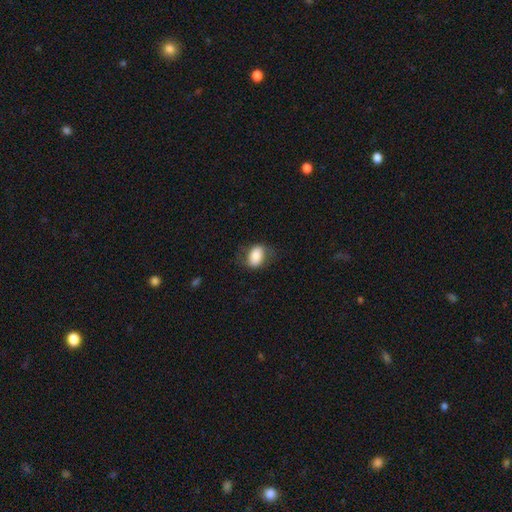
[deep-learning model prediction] Smooth or featured? Predicted: smooth (p=0.78). How rounded? Predicted: in between (p=0.79). Merging? Predicted: none (p=0.64).